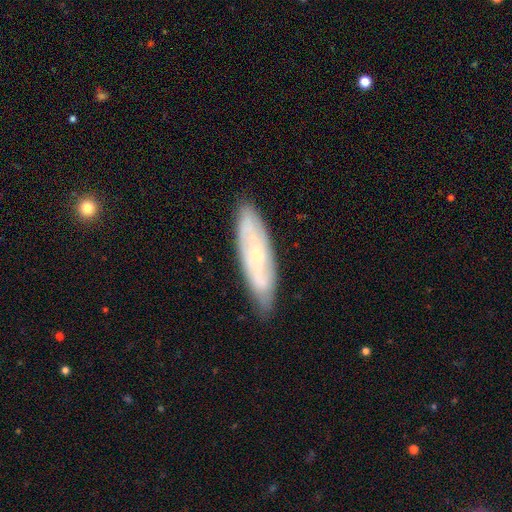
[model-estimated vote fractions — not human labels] smooth_or_featured: featured or disk (p=0.54) [alt: smooth p=0.39]
disk_edge_on: no (p=0.70) [alt: yes p=0.30]
merging: none (p=0.80) [alt: minor disturbance p=0.15]